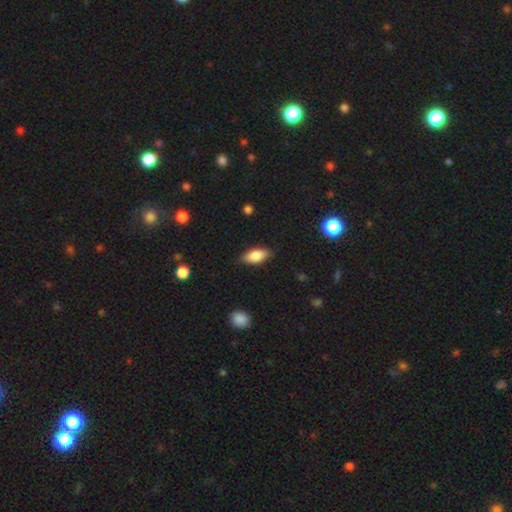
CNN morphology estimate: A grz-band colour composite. It shows a smooth galaxy with no disk features (79%) that is in between round and cigar-shaped (83%). Merging: none (85%).